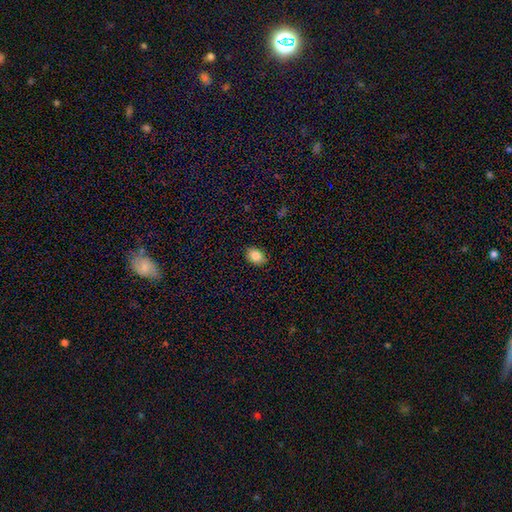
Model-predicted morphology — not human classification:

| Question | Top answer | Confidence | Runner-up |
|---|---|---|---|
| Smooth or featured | smooth | 86% | star or artifact (8%) |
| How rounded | in between | 73% | round (26%) |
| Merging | none | 86% | minor disturbance (11%) |